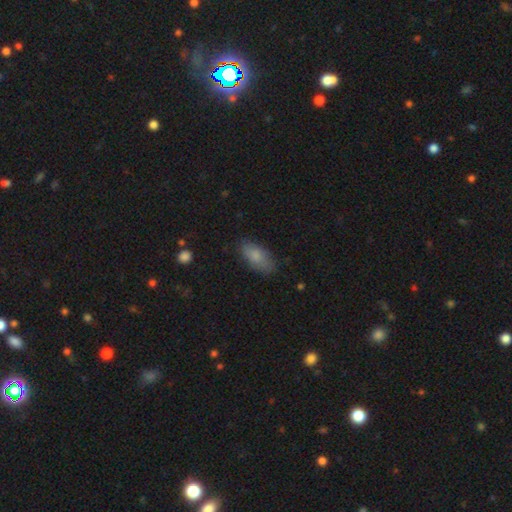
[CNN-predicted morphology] This appears to be a smooth galaxy with no disk features (81%) that is in between round and cigar-shaped (88%). Merging: none (77%).